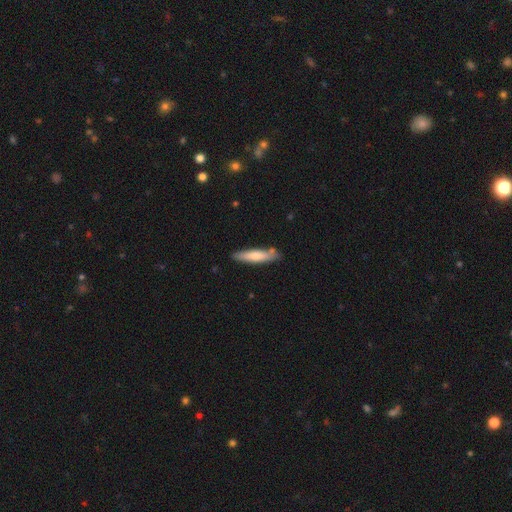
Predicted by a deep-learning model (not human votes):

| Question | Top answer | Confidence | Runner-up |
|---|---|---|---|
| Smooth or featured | smooth | 67% | featured or disk (28%) |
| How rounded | cigar-shaped | 82% | in between (17%) |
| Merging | none | 80% | minor disturbance (13%) |